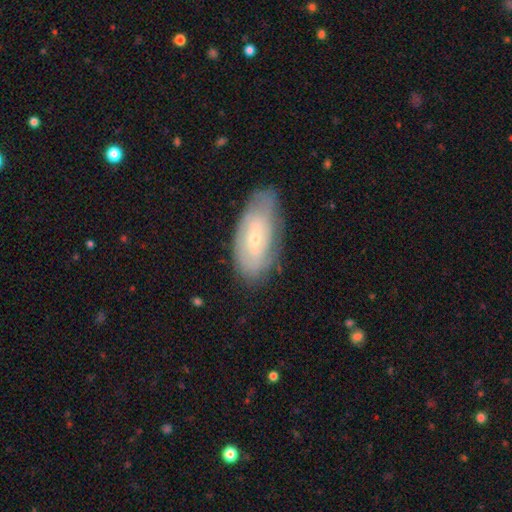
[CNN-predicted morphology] The model was most divided on "smooth or featured": featured or disk: 58%, smooth: 35%, star or artifact: 7%. More confident: edge-on disk — no (90%); bar — no (74%); bulge size — small (71%); merging — none (69%); spiral arms — yes (67%).